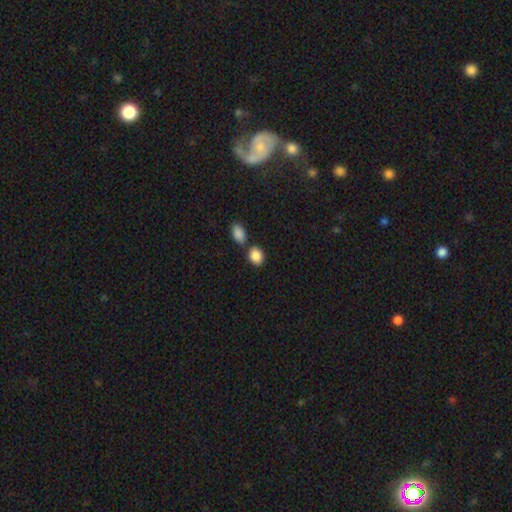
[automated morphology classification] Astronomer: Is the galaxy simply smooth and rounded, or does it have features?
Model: smooth — 88%.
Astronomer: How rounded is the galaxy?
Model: in between — 58% (runner-up: round, 41%).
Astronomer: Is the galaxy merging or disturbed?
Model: none — 62%.